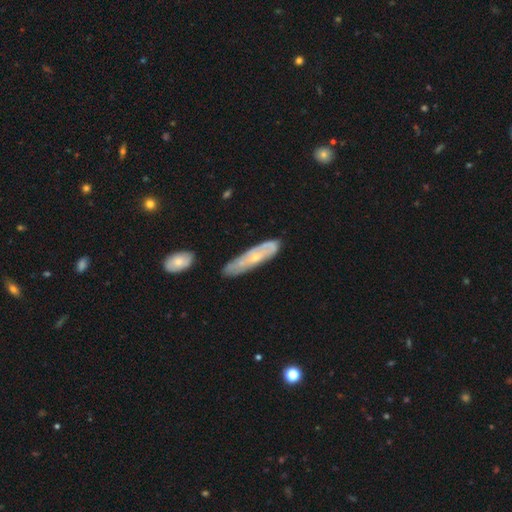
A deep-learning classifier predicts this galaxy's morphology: The model was most divided on "smooth or featured": featured or disk: 61%, smooth: 32%, star or artifact: 7%. More confident: edge-on disk — no (67%); merging — none (65%).